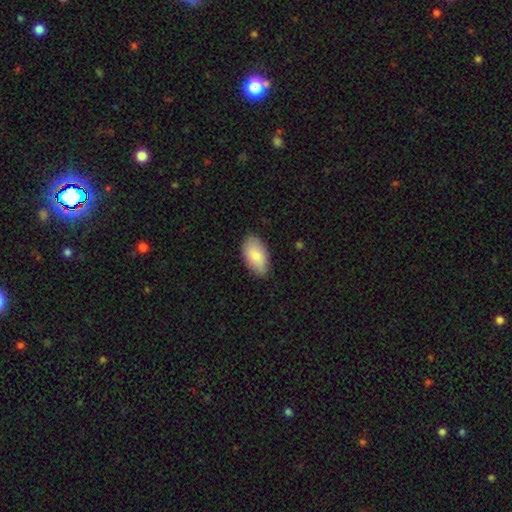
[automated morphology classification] smooth_or_featured: smooth (p=0.84) [alt: featured or disk p=0.10]
how_rounded: in between (p=0.95) [alt: round p=0.03]
merging: none (p=0.84) [alt: minor disturbance p=0.13]